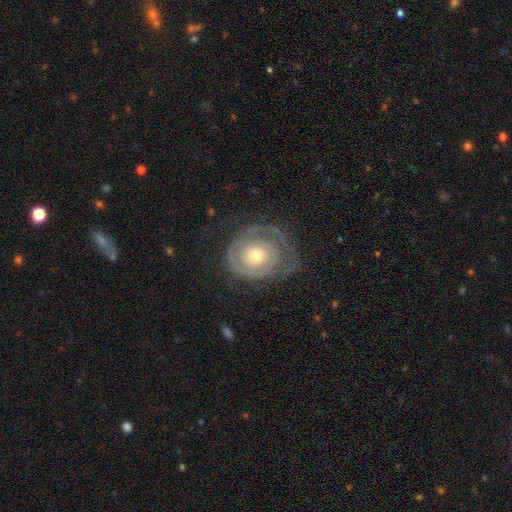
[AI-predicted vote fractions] Smooth or featured? Predicted: featured or disk (p=0.73). Edge-on disk? Predicted: no (p=0.97). Bar? Predicted: no (p=0.87). Spiral arms? Predicted: yes (p=0.73). Spiral winding? Predicted: tight (p=0.75). Spiral arm count? Predicted: can't tell (p=0.37). Bulge size? Predicted: small (p=0.48). Merging? Predicted: none (p=0.59).